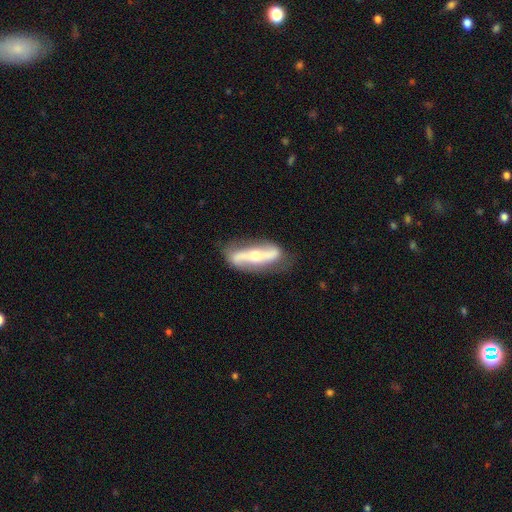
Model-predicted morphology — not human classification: A featured or disk galaxy (77%) with a strong bar (54%), spiral arms (80%) and a moderate central bulge (47%). Merging: none (73%).